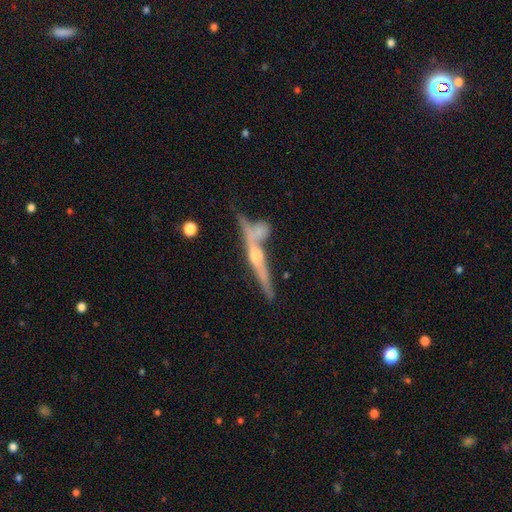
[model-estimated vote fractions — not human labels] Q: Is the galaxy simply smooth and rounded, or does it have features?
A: featured or disk — 72%.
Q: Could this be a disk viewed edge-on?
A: yes — 93%.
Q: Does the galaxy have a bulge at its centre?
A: rounded — 86%.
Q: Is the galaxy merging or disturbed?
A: none — 50%.